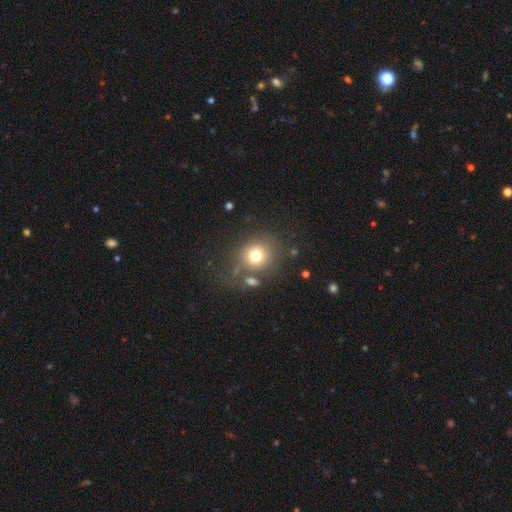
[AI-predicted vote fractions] Smooth or featured? Predicted: smooth (p=0.74). How rounded? Predicted: round (p=0.82). Merging? Predicted: none (p=0.66).